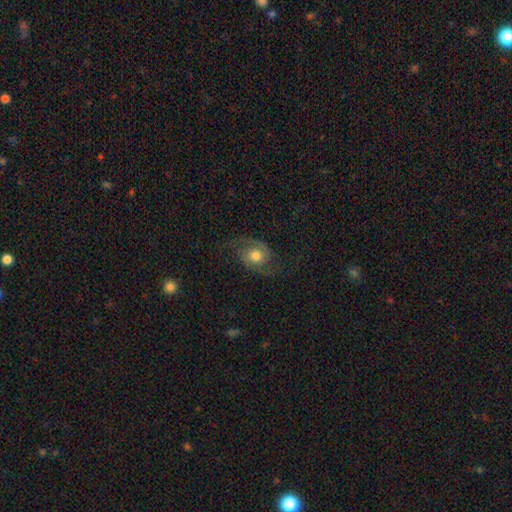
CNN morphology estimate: smooth_or_featured: featured or disk (p=0.76) [alt: smooth p=0.16]
disk_edge_on: no (p=0.97) [alt: yes p=0.03]
bar: no (p=0.75) [alt: weak p=0.21]
has_spiral_arms: yes (p=0.95) [alt: no p=0.05]
spiral_winding: medium (p=0.47) [alt: loose p=0.37]
spiral_arm_count: 2 (p=0.92) [alt: can't tell p=0.03]
bulge_size: moderate (p=0.69) [alt: large p=0.19]
merging: none (p=0.70) [alt: minor disturbance p=0.16]